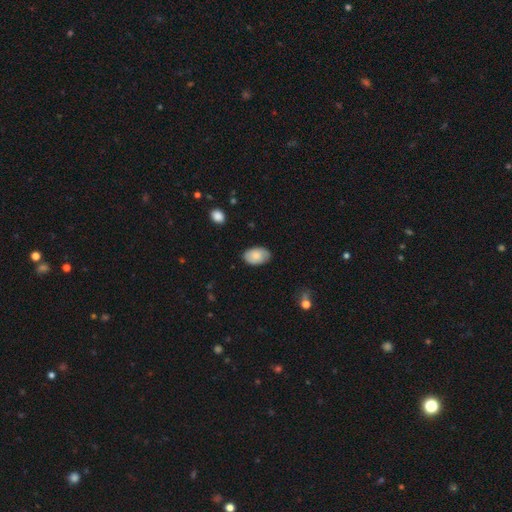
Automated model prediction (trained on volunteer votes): The model was most divided on "smooth or featured": smooth: 77%, featured or disk: 16%, star or artifact: 7%. More confident: how rounded — in between (91%); merging — none (82%).